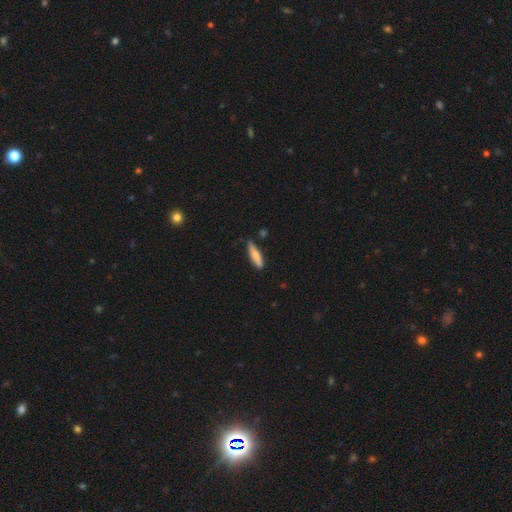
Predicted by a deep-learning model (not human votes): Smooth or featured? Predicted: smooth (p=0.77). How rounded? Predicted: cigar-shaped (p=0.73). Merging? Predicted: none (p=0.74).